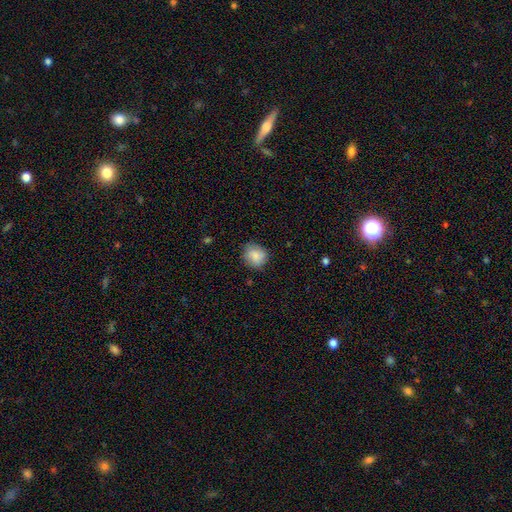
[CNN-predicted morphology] type=smooth (83%); roundness=round (77%); merging=none (77%).